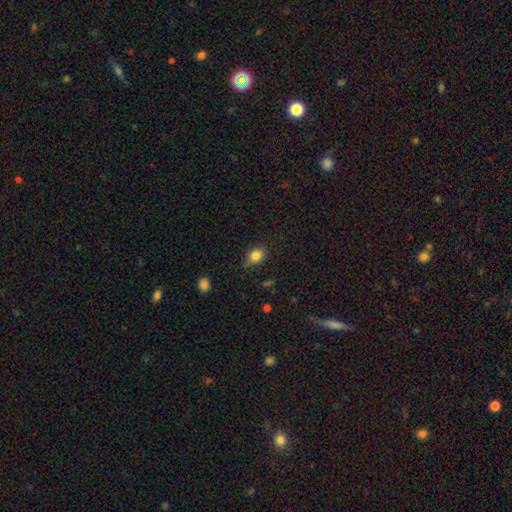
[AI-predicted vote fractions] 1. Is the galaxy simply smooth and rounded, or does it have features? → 83% smooth, 11% star or artifact, 7% featured or disk.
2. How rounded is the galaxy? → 50% round, 49% in between, 1% cigar-shaped.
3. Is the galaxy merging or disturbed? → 72% none, 22% minor disturbance, 4% major disturbance, 2% merger.